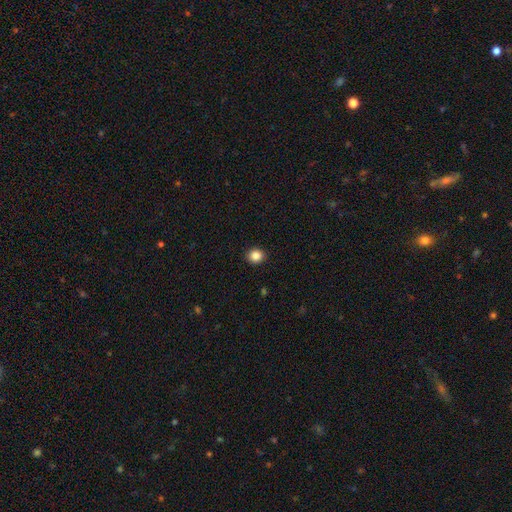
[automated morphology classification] This is clearly a smooth galaxy (86%). How rounded: clearly round (81%). Merging: clearly none (92%).